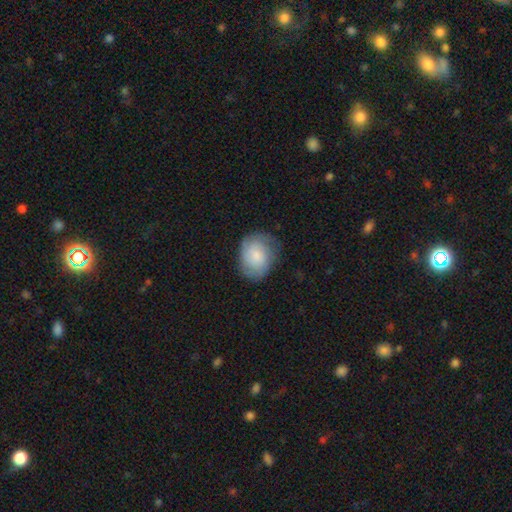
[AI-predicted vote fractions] Overall: smooth (56%; featured or disk 37%). How rounded: in between (52%; round 47%). Merging: none (72%).